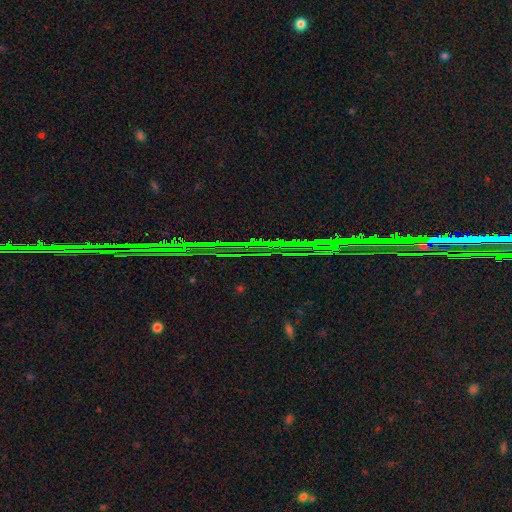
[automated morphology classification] type=star or artifact (78%).